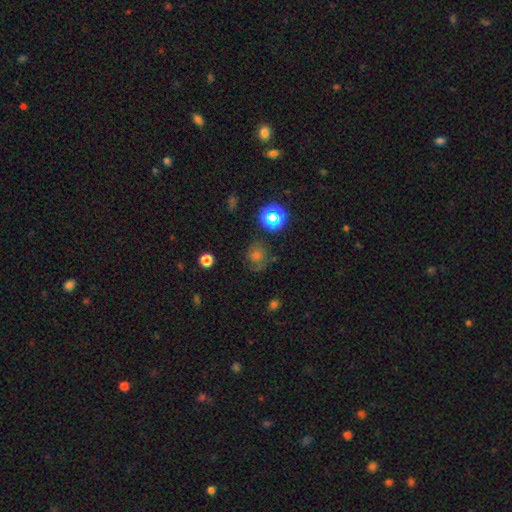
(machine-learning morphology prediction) Smooth or featured: smooth — 44% (star or artifact — 34%)
Merging: none — 69% (minor disturbance — 18%)